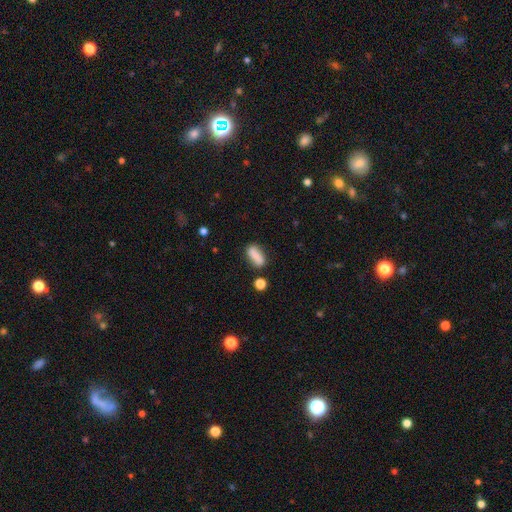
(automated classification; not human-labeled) Smooth or featured? smooth (80%)
How rounded? in between (66%)
Merging? none (69%)